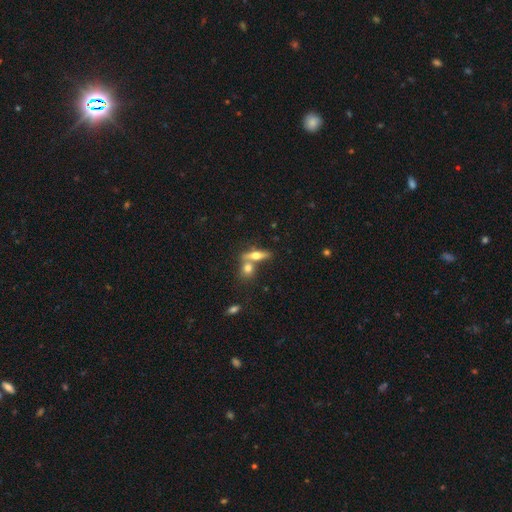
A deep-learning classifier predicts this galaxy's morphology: This is possibly a smooth galaxy (48%). Merging: possibly none (50%).